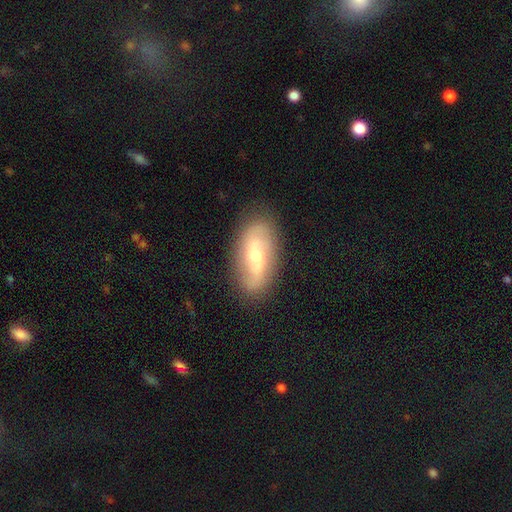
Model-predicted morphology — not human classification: Smooth or featured? Predicted: featured or disk (p=0.63). Edge-on disk? Predicted: no (p=0.89). Bar? Predicted: no (p=0.43). Spiral arms? Predicted: yes (p=0.78). Bulge size? Predicted: moderate (p=0.57). Merging? Predicted: none (p=0.83).